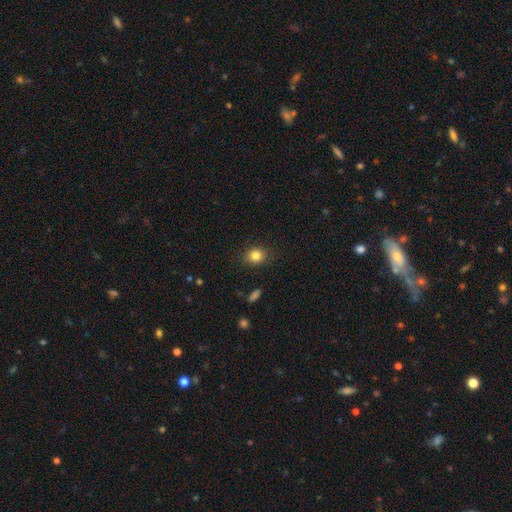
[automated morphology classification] The model was most divided on "how rounded": round: 70%, in between: 29%, cigar-shaped: 1%. More confident: merging — none (88%); smooth or featured — smooth (83%).